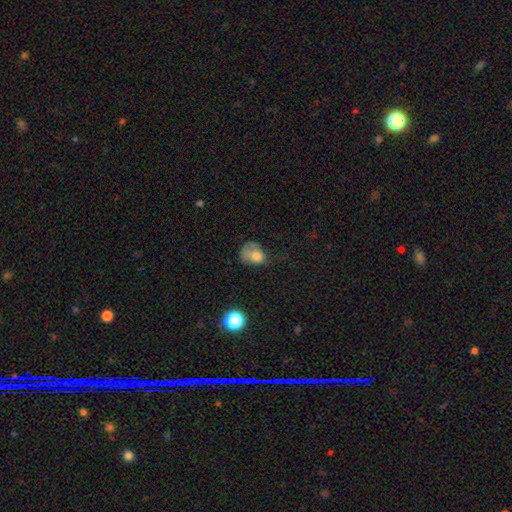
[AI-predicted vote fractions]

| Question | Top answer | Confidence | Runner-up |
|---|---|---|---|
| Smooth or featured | smooth | 70% | featured or disk (19%) |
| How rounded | in between | 56% | round (43%) |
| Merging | major disturbance | 41% | minor disturbance (29%) |